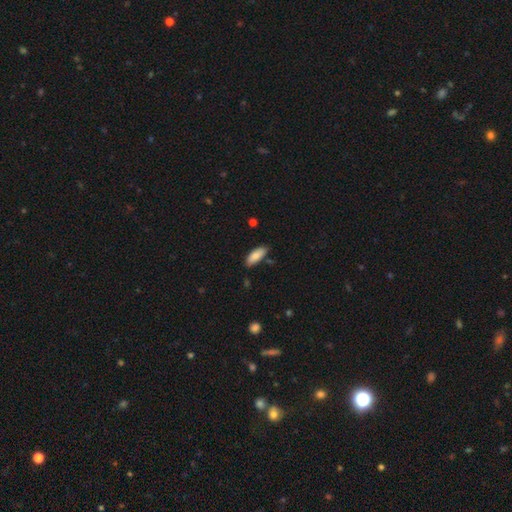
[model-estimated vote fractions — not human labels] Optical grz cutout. It shows a smooth galaxy with no disk features (85%) that is in between round and cigar-shaped (76%). Merging: none (79%).